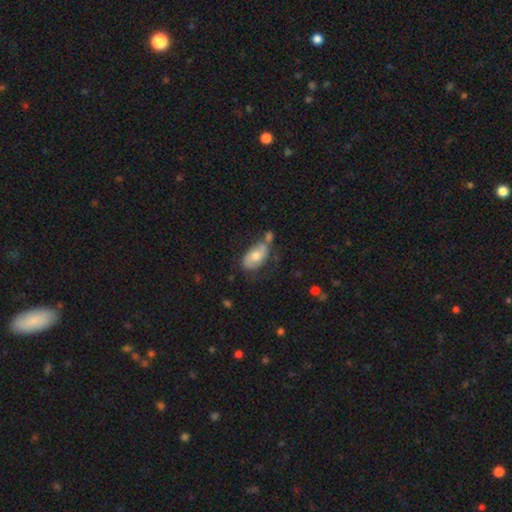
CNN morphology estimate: Smooth or featured: smooth — 60% (featured or disk — 33%)
How rounded: in between — 91% (round — 5%)
Merging: none — 43% (minor disturbance — 24%)